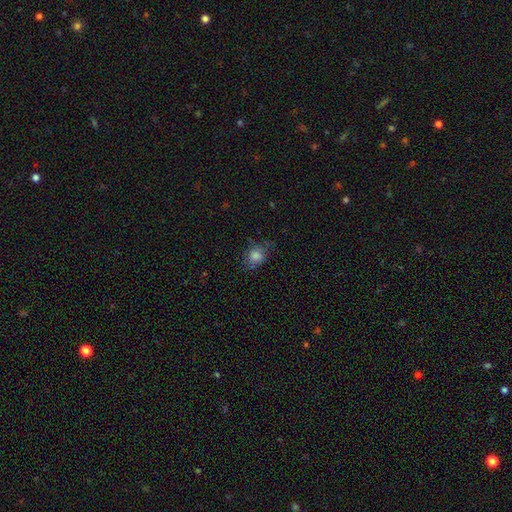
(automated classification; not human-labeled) Smooth or featured? Predicted: smooth (p=0.76). How rounded? Predicted: round (p=0.65). Merging? Predicted: none (p=0.67).